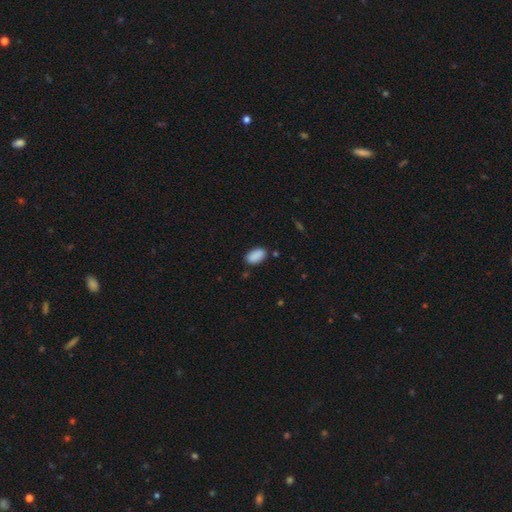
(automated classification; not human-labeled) The model was most divided on "merging": none: 83%, minor disturbance: 12%, major disturbance: 3%, merger: 2%. More confident: how rounded — in between (94%); smooth or featured — smooth (90%).